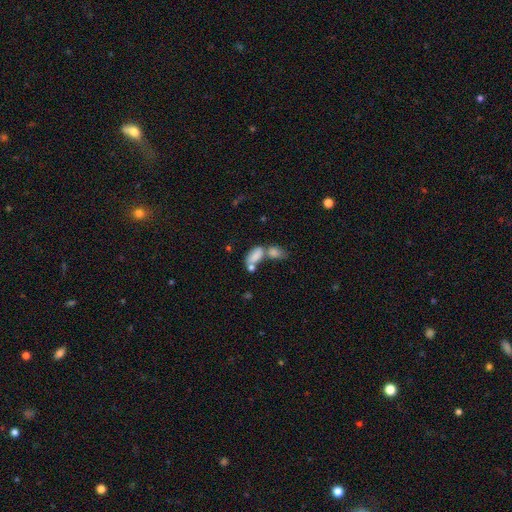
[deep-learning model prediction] A smooth galaxy with no disk features (77%) that is in between round and cigar-shaped (89%). Merging: merger (59%).